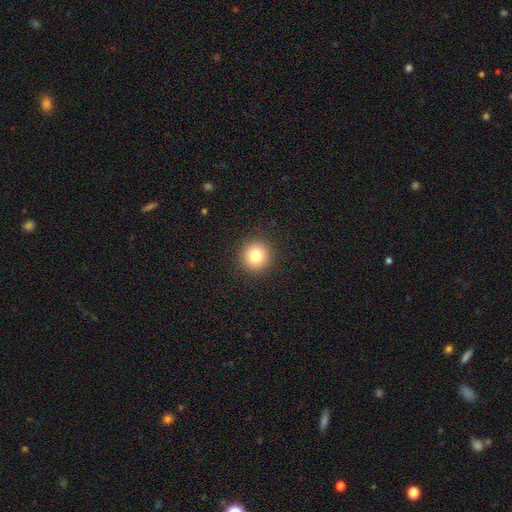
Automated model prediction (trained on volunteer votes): This appears to be a smooth galaxy with no disk features (81%) that is round (94%). Merging: none (92%).